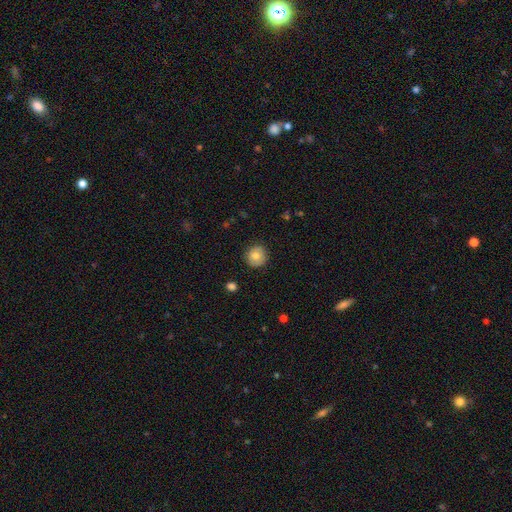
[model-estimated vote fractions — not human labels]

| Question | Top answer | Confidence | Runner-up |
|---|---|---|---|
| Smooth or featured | smooth | 76% | featured or disk (15%) |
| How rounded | round | 91% | in between (8%) |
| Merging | none | 86% | minor disturbance (11%) |